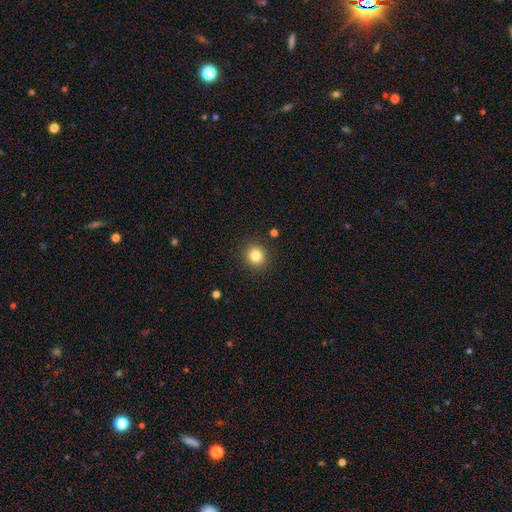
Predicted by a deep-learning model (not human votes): This appears to be a smooth galaxy with no disk features (83%) that is round (89%). Merging: none (90%).